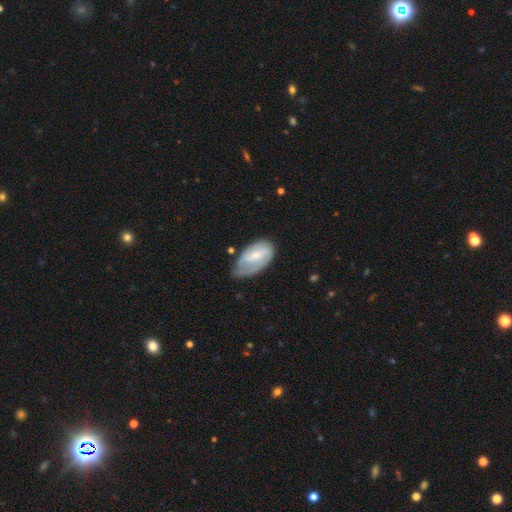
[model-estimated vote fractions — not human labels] smooth-or-featured: featured or disk: 53% | smooth: 41% | star or artifact: 6%
  disk-edge-on: no: 94% | yes: 6%
  merging: none: 40% | minor disturbance: 39% | major disturbance: 17% | merger: 3%